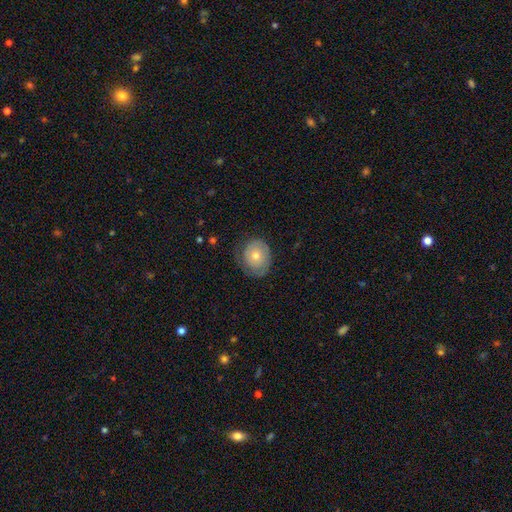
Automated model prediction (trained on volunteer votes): smooth_or_featured: featured or disk (p=0.59) [alt: smooth p=0.34]
disk_edge_on: no (p=0.97) [alt: yes p=0.03]
bar: no (p=0.85) [alt: weak p=0.12]
has_spiral_arms: yes (p=0.79) [alt: no p=0.21]
bulge_size: moderate (p=0.52) [alt: small p=0.44]
merging: none (p=0.72) [alt: minor disturbance p=0.19]